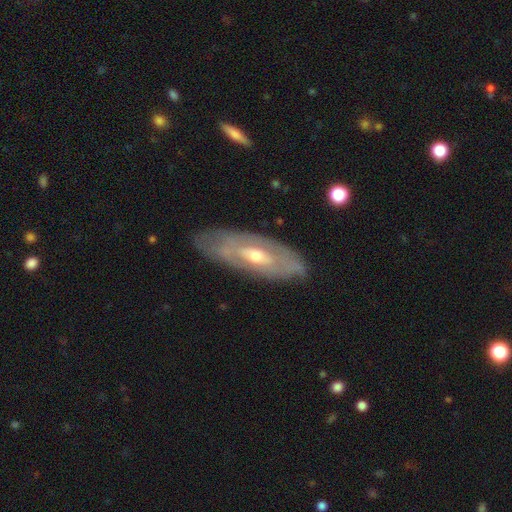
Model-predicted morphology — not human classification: A featured or disk galaxy (72%) with no bar (53%), spiral arms (57%) and a moderate central bulge (57%). Merging: none (77%).